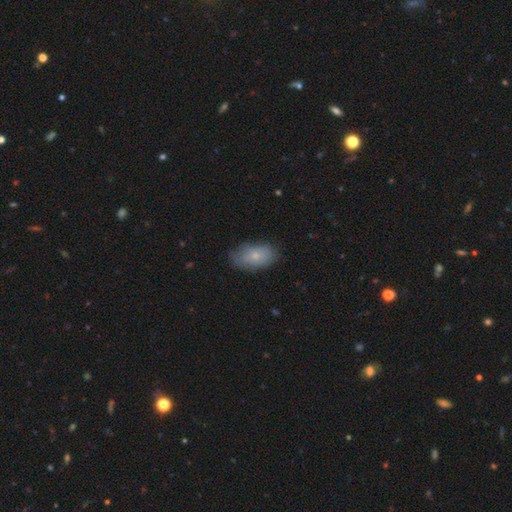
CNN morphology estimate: This appears to be a smooth galaxy with no disk features (75%) that is in between round and cigar-shaped (91%). Merging: none (75%).